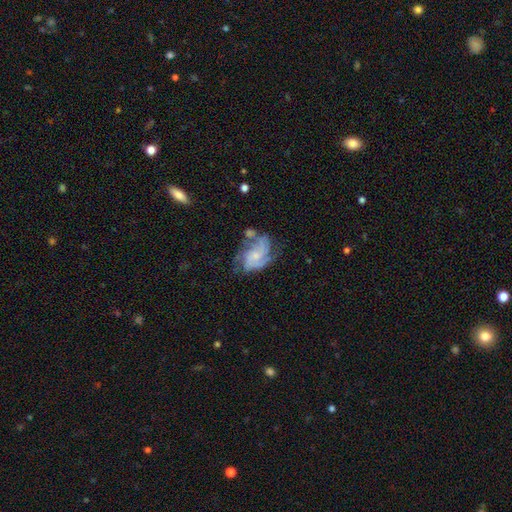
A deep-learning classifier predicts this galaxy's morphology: featured or disk 80%, smooth 13%, star or artifact 7%. Down the decision tree: edge-on disk — no (98%); bar — no (65%); spiral arms — yes (93%); spiral arm count — 3 (33%); spiral winding — medium (45%); bulge size — small (59%); merging — none (47%).